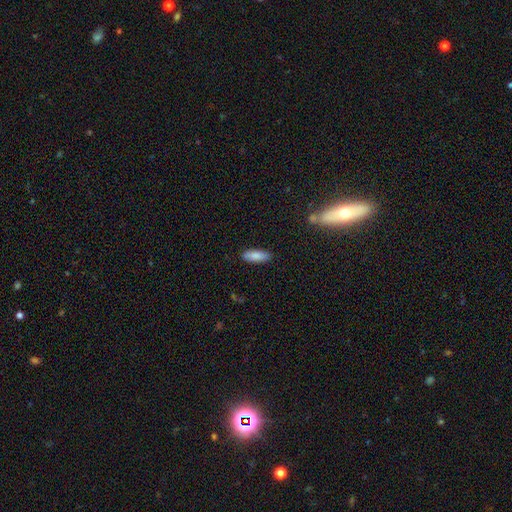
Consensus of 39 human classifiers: smooth-or-featured: smooth: 82% | featured or disk: 13% | star or artifact: 5%
  how-rounded: in between: 78% | cigar-shaped: 22% | round: 0%
  merging: none: 97% | minor disturbance: 3% | major disturbance: 0% | merger: 0%